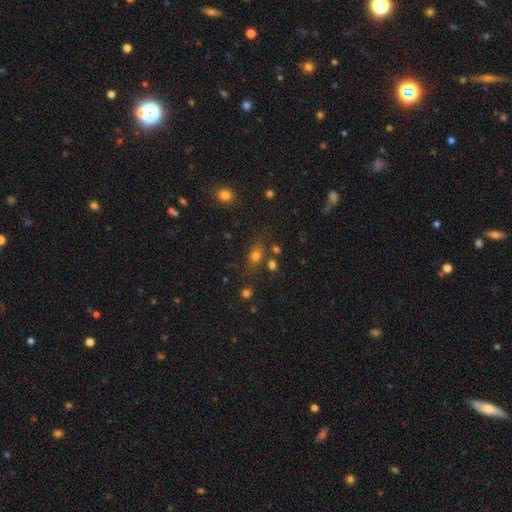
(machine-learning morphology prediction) This appears to be a smooth galaxy with no disk features (71%) that is in between round and cigar-shaped (69%). Merging: none (70%).